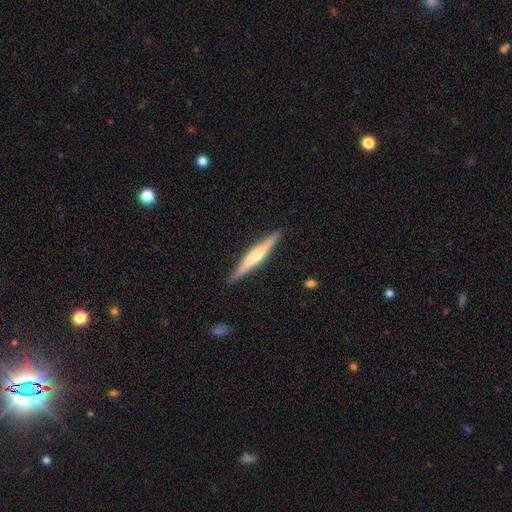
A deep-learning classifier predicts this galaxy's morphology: Smooth or featured: featured or disk — 58% (smooth — 37%)
Edge-on disk: yes — 96% (no — 4%)
Edge-on bulge: rounded — 65% (none — 23%)
Merging: none — 90% (minor disturbance — 8%)